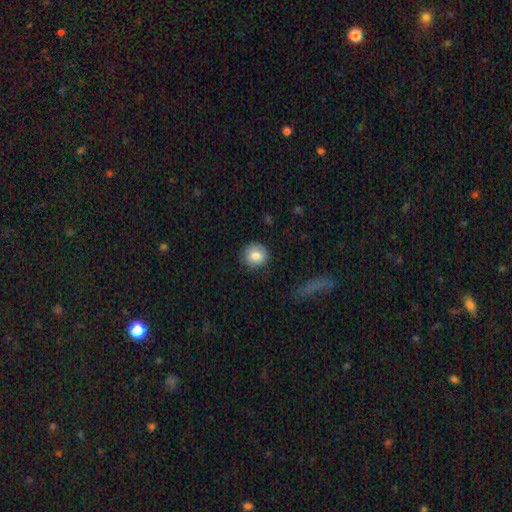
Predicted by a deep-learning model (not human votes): smooth 82%, featured or disk 10%, star or artifact 8%. Down the decision tree: how rounded — round (80%); merging — none (84%).